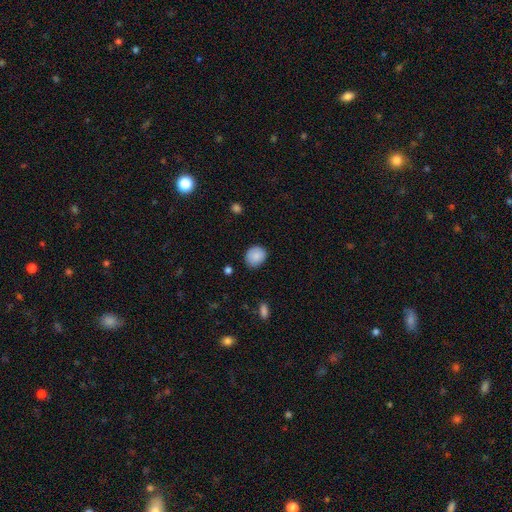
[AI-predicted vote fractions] Q: Smooth or featured?
A: smooth (88%); runner-up: star or artifact (8%)
Q: How rounded?
A: round (62%); runner-up: in between (37%)
Q: Merging?
A: none (80%); runner-up: minor disturbance (16%)